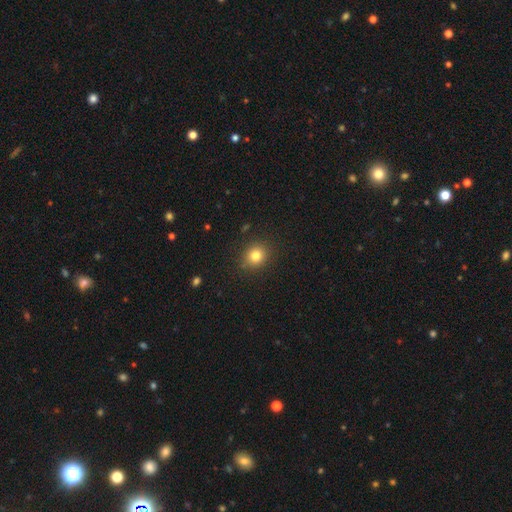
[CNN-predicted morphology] type=smooth (80%); roundness=round (83%); merging=none (88%).